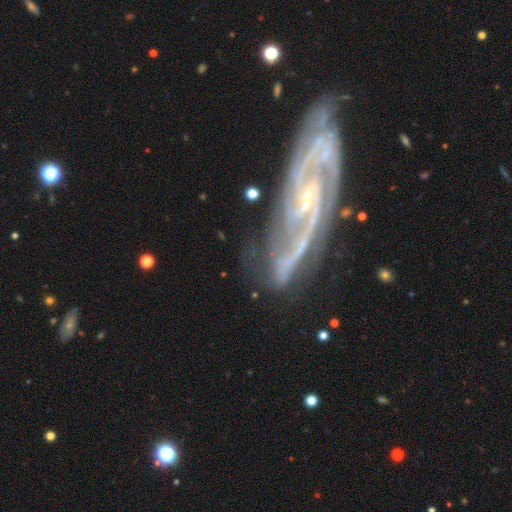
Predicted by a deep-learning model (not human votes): Q: Smooth or featured?
A: featured or disk (90%); runner-up: star or artifact (6%)
Q: Edge-on disk?
A: no (93%); runner-up: yes (7%)
Q: Bar?
A: weak (42%); runner-up: no (33%)
Q: Spiral arms?
A: yes (98%); runner-up: no (2%)
Q: Spiral winding?
A: medium (51%); runner-up: tight (33%)
Q: Spiral arm count?
A: 2 (65%); runner-up: 3 (13%)
Q: Bulge size?
A: small (80%); runner-up: moderate (12%)
Q: Merging?
A: none (64%); runner-up: minor disturbance (20%)